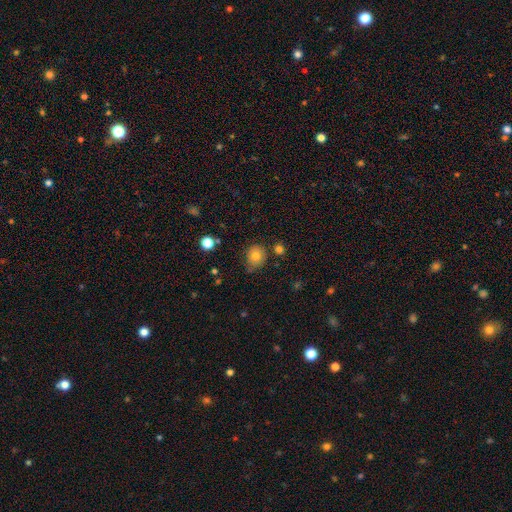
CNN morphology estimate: smooth-or-featured: smooth: 79% | star or artifact: 11% | featured or disk: 10%
  how-rounded: round: 75% | in between: 24% | cigar-shaped: 1%
  merging: none: 69% | minor disturbance: 21% | merger: 5% | major disturbance: 4%